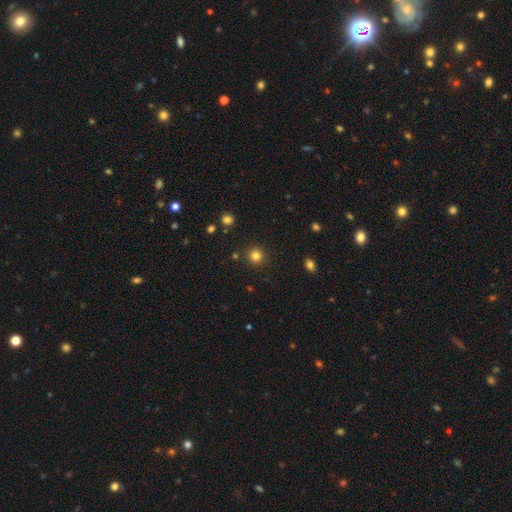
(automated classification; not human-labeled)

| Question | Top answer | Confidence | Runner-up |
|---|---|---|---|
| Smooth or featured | smooth | 81% | star or artifact (14%) |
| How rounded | round | 94% | in between (5%) |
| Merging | none | 90% | minor disturbance (6%) |